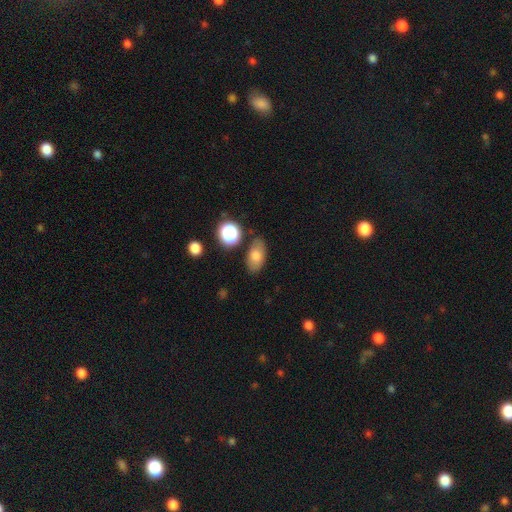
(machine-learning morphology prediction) type=smooth (74%); roundness=in between (87%); merging=none (76%).